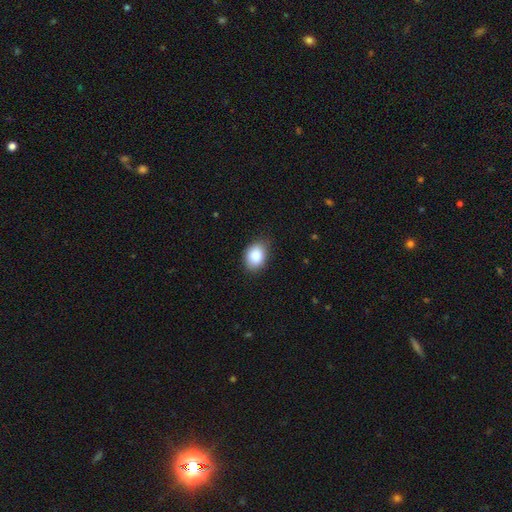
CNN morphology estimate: Smooth or featured? smooth (87%)
How rounded? in between (74%)
Merging? none (78%)